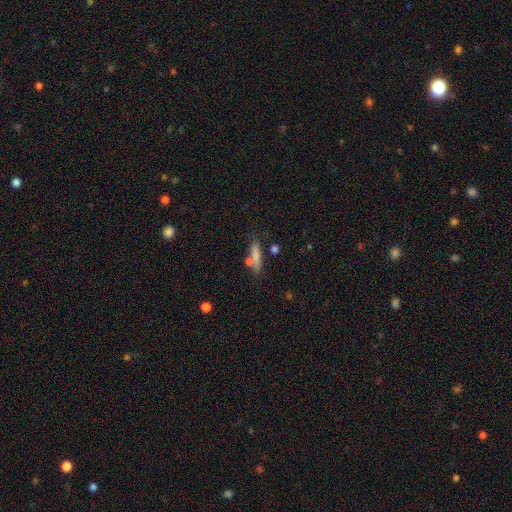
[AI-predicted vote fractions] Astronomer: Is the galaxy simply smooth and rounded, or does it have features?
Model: smooth — 77%.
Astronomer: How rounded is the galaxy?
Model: cigar-shaped — 69%.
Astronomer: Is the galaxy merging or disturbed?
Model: none — 67%.